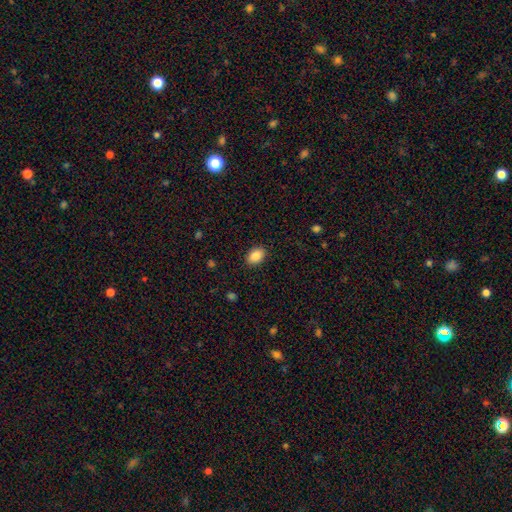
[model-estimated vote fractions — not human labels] smooth-or-featured: smooth: 88% | star or artifact: 8% | featured or disk: 4%
  how-rounded: in between: 85% | round: 14% | cigar-shaped: 1%
  merging: none: 89% | minor disturbance: 8% | major disturbance: 2% | merger: 1%